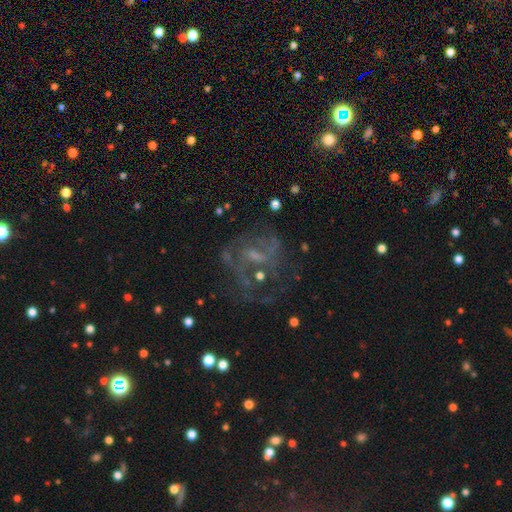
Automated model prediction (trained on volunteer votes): A featured or disk galaxy (57%) with no bar (48%), spiral arms (62%) and a small central bulge (46%).

Vote fractions:
- Smooth or featured? featured or disk: 57% / star or artifact: 28% / smooth: 15%
- Edge-on disk? no: 96% / yes: 4%
- Bar? no: 48% / weak: 39% / strong: 13%
- Spiral arms? yes: 62% / no: 38%
- Bulge size? small: 46% / none: 29% / moderate: 21% / large: 3% / dominant: 1%
- Merging? none: 53% / major disturbance: 26% / minor disturbance: 17% / merger: 5%